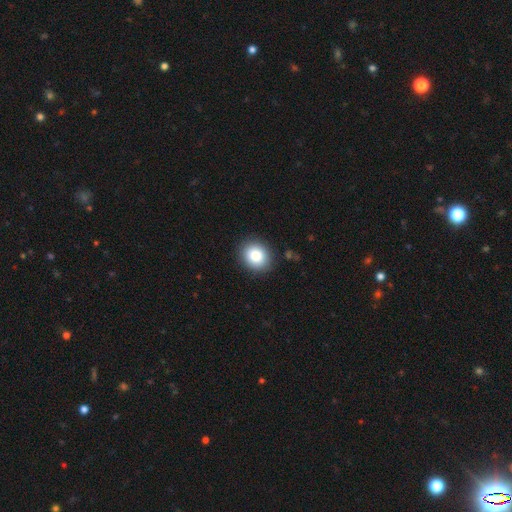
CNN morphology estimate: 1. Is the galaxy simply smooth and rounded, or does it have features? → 84% smooth, 9% star or artifact, 7% featured or disk.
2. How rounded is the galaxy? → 72% round, 27% in between, 1% cigar-shaped.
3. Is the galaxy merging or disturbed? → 89% none, 7% minor disturbance, 2% major disturbance, 1% merger.